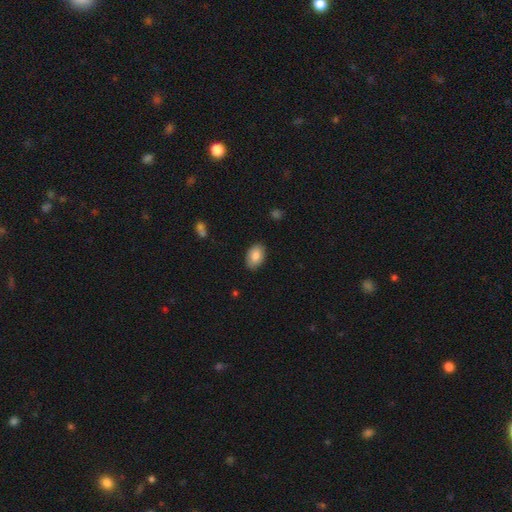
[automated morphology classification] Smooth or featured? Predicted: smooth (p=0.83). How rounded? Predicted: in between (p=0.89). Merging? Predicted: none (p=0.86).